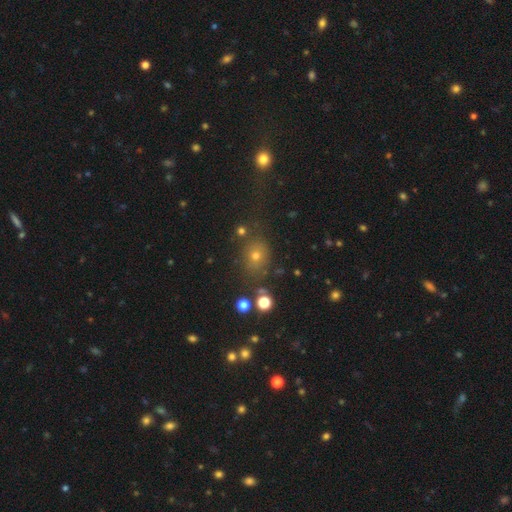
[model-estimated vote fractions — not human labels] Smooth or featured?
  - smooth: 59% *
  - star or artifact: 29%
  - featured or disk: 12%
How rounded?
  - round: 66% *
  - in between: 33%
  - cigar-shaped: 1%
Merging?
  - none: 74% *
  - minor disturbance: 12%
  - merger: 7%
  - major disturbance: 6%